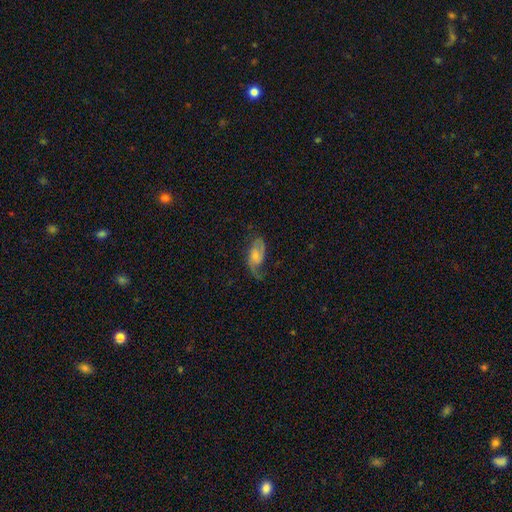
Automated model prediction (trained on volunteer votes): featured or disk 65%, smooth 28%, star or artifact 7%. Down the decision tree: edge-on disk — no (95%); bar — no (63%); spiral arms — yes (88%); spiral arm count — 2 (68%); spiral winding — loose (51%); bulge size — small (50%); merging — none (48%).